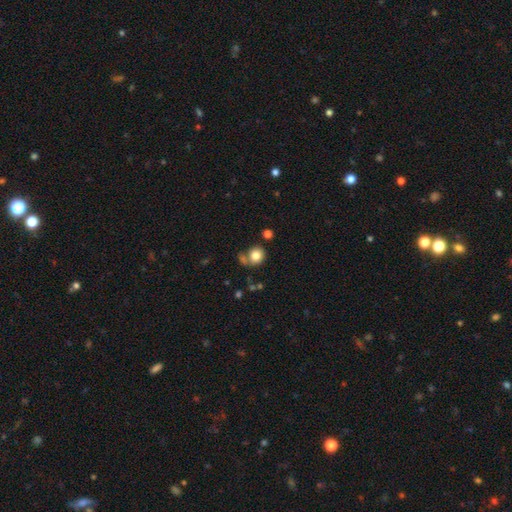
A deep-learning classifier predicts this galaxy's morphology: A smooth galaxy with no disk features (81%) that is round (79%). Merging: none (56%).